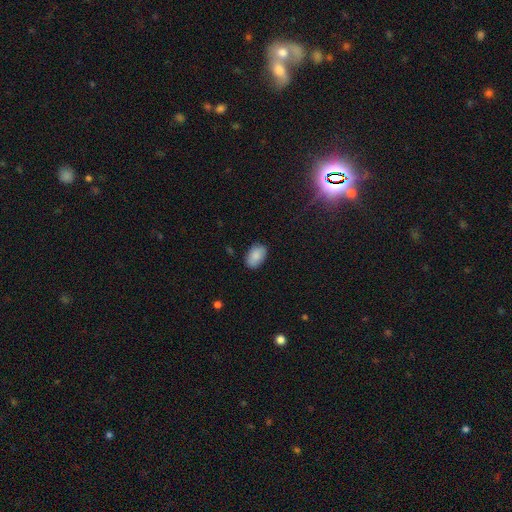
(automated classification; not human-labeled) A smooth galaxy with no disk features (87%) that is in between round and cigar-shaped (92%).

Vote fractions:
- Smooth or featured? smooth: 87% / star or artifact: 7% / featured or disk: 5%
- How rounded? in between: 92% / round: 7% / cigar-shaped: 1%
- Merging? none: 85% / minor disturbance: 12% / major disturbance: 2% / merger: 1%